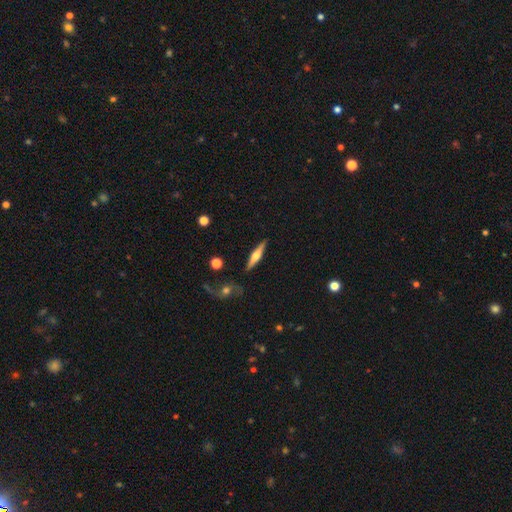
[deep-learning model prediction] Smooth or featured? Predicted: featured or disk (p=0.60). Edge-on disk? Predicted: yes (p=0.95). Edge-on bulge? Predicted: rounded (p=0.90). Merging? Predicted: none (p=0.87).